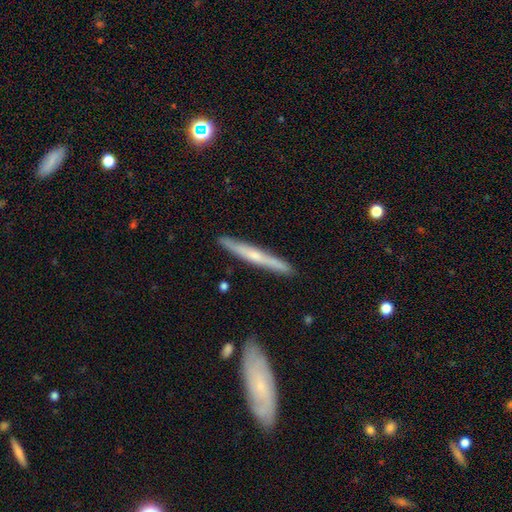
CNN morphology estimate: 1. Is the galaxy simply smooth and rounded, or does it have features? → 56% featured or disk, 38% smooth, 6% star or artifact.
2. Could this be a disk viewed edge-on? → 95% yes, 5% no.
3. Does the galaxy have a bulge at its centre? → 56% rounded, 39% none, 5% boxy.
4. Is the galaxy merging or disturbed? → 90% none, 7% minor disturbance, 2% merger, 1% major disturbance.